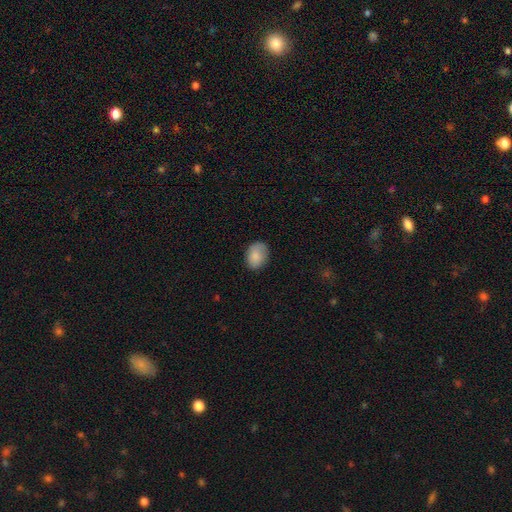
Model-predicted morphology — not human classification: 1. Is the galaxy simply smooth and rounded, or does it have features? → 85% smooth, 8% featured or disk, 7% star or artifact.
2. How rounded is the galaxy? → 65% in between, 34% round, 1% cigar-shaped.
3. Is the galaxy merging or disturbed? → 76% none, 19% minor disturbance, 4% major disturbance, 1% merger.